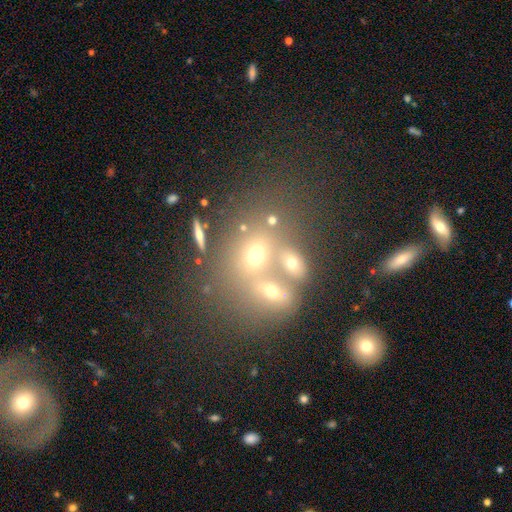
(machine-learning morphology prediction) Smooth or featured: smooth — 42% (featured or disk — 34%)
Merging: merger — 55% (none — 29%)